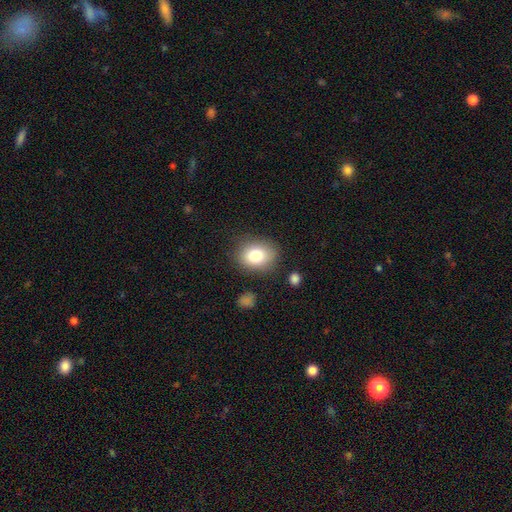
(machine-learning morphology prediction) type=smooth (79%); roundness=round (50%); merging=none (81%).